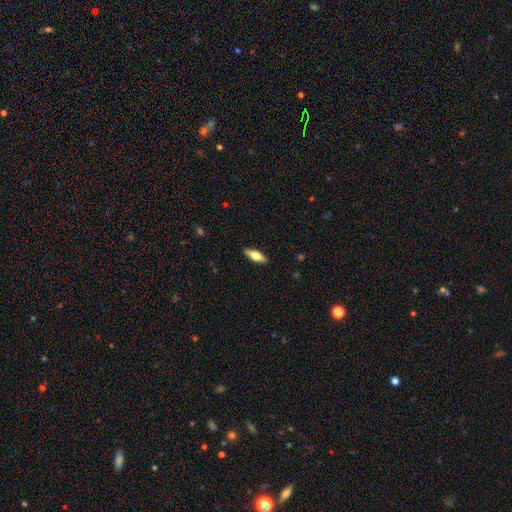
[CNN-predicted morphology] Smooth or featured: smooth — 52% (featured or disk — 42%)
How rounded: in between — 59% (cigar-shaped — 39%)
Merging: none — 89% (minor disturbance — 8%)